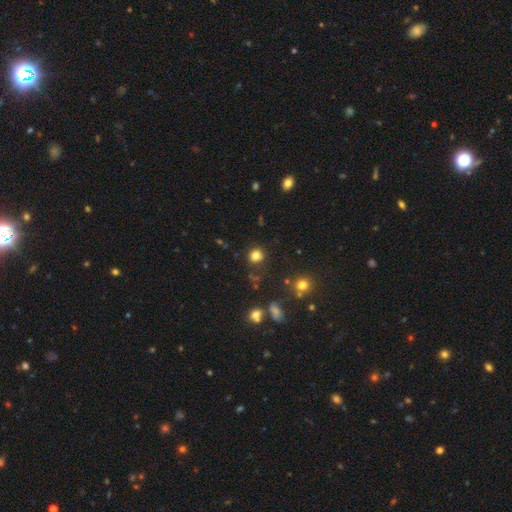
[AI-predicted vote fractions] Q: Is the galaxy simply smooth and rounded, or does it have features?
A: smooth — 80%.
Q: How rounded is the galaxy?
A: round — 86%.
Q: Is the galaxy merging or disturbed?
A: none — 83%.